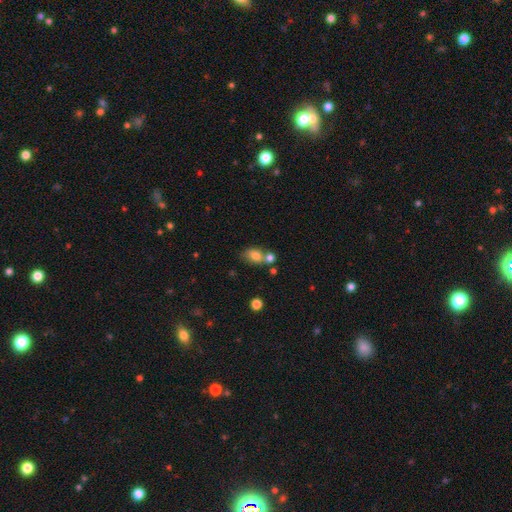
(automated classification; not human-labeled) Morphology: type=smooth (77%); roundness=in between (72%); merging=none (47%).